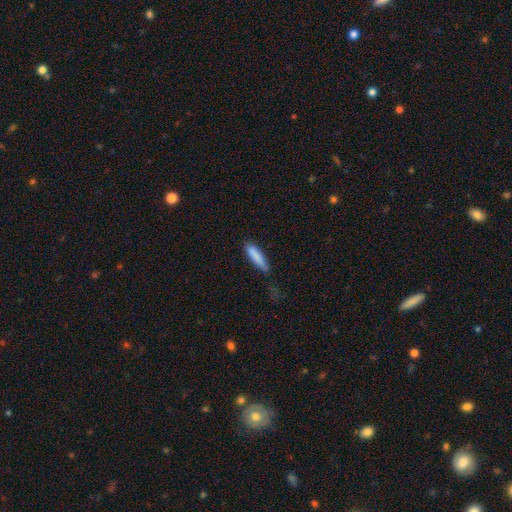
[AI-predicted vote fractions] A smooth galaxy with no disk features (85%) that is cigar-shaped (77%). Merging: none (73%).